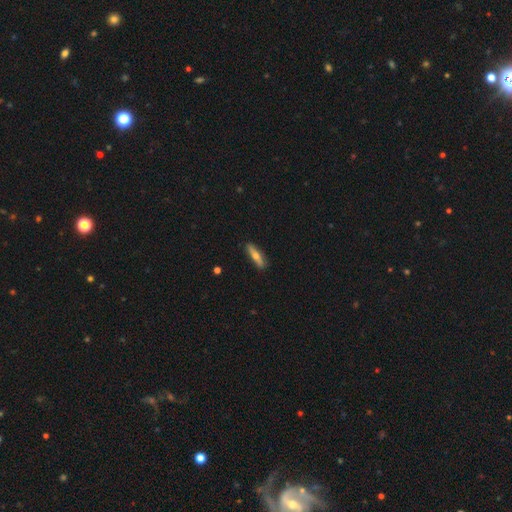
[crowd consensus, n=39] A featured or disk galaxy (49%) viewed edge-on (95%) with a rounded central bulge (100%).

Vote fractions:
- Smooth or featured? featured or disk: 49% / smooth: 46% / star or artifact: 5%
- Edge-on disk? yes: 95% / no: 5%
- Edge-on bulge? rounded: 100% / boxy: 0% / none: 0%
- Merging? none: 92% / minor disturbance: 5% / major disturbance: 3% / merger: 0%